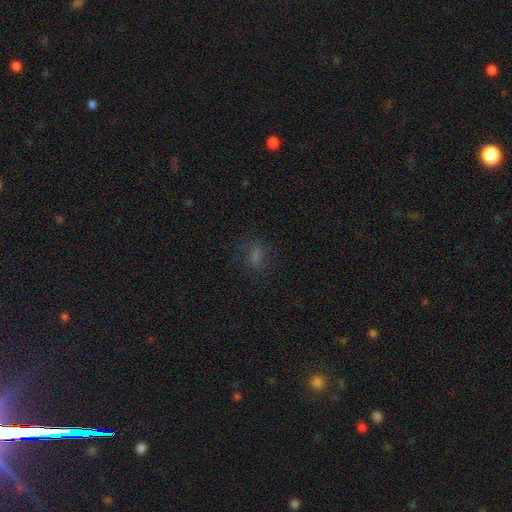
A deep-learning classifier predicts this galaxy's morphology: Overall: smooth (56%; star or artifact 28%). How rounded: in between (62%). Merging: none (74%).